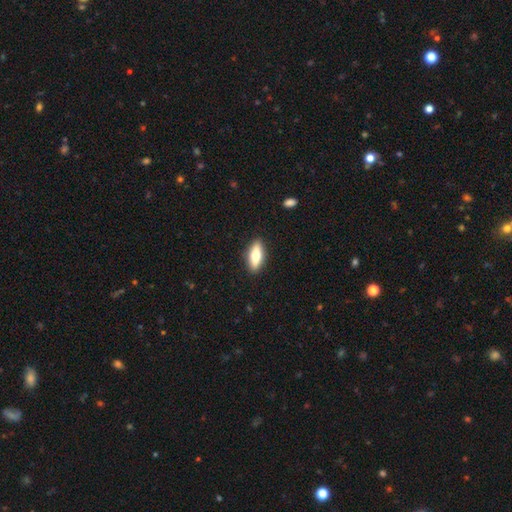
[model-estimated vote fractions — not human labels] Q: Smooth or featured?
A: smooth (64%); runner-up: featured or disk (30%)
Q: How rounded?
A: in between (65%); runner-up: cigar-shaped (33%)
Q: Merging?
A: none (89%); runner-up: minor disturbance (8%)